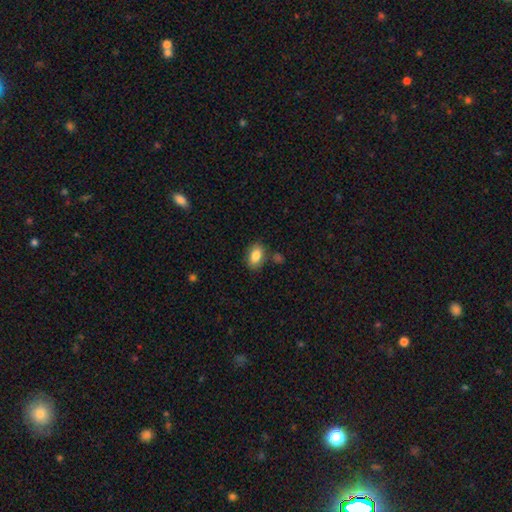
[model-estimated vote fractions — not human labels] Q: Smooth or featured?
A: smooth (85%); runner-up: featured or disk (8%)
Q: How rounded?
A: in between (88%); runner-up: round (10%)
Q: Merging?
A: none (78%); runner-up: minor disturbance (13%)